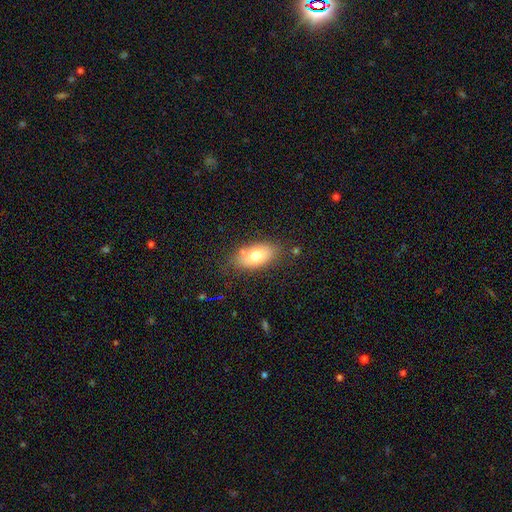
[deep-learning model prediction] Morphology: type=smooth (74%); roundness=in between (89%); merging=none (76%).